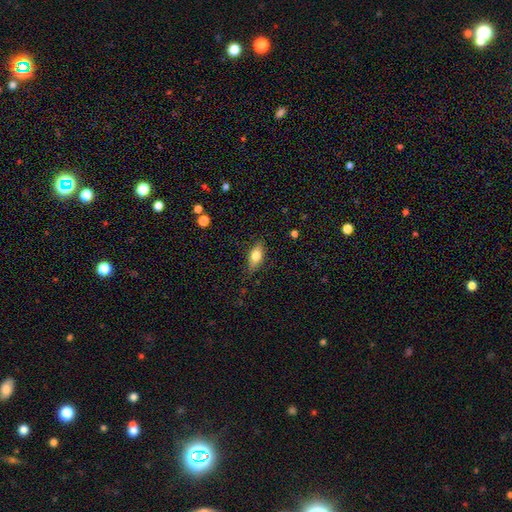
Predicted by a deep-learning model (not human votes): Q: Smooth or featured?
A: smooth (73%); runner-up: featured or disk (20%)
Q: How rounded?
A: in between (80%); runner-up: cigar-shaped (15%)
Q: Merging?
A: none (79%); runner-up: minor disturbance (16%)